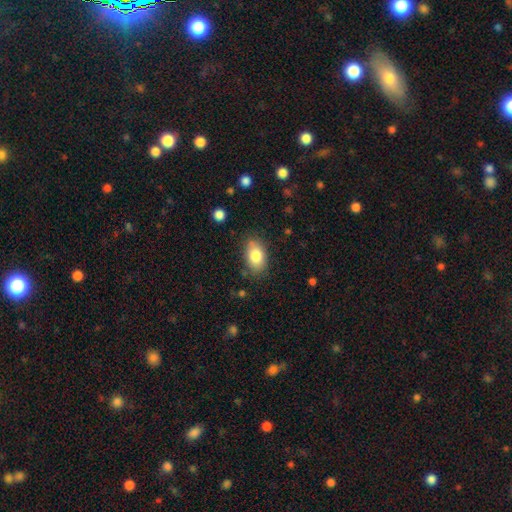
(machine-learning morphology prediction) A smooth galaxy with no disk features (82%) that is in between round and cigar-shaped (88%).

Vote fractions:
- Smooth or featured? smooth: 82% / featured or disk: 11% / star or artifact: 7%
- How rounded? in between: 88% / round: 10% / cigar-shaped: 1%
- Merging? none: 79% / minor disturbance: 15% / major disturbance: 4% / merger: 2%